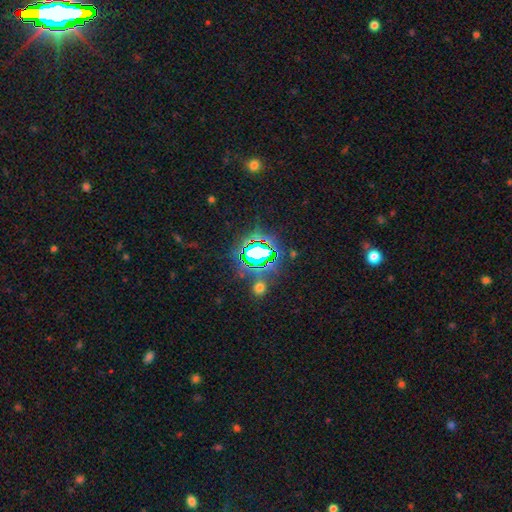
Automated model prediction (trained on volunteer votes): smooth_or_featured: star or artifact (p=0.73) [alt: smooth p=0.16]